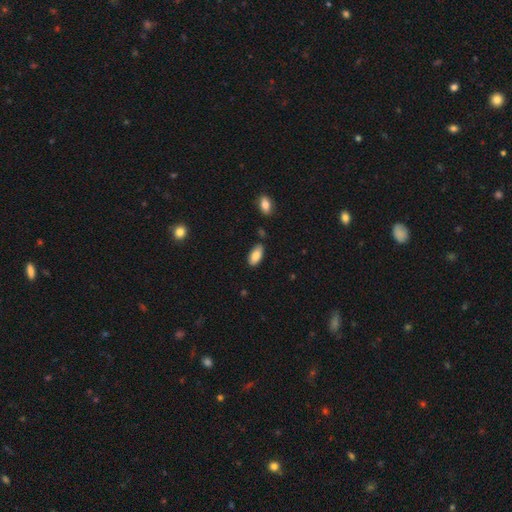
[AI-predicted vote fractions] Morphology: type=smooth (86%); roundness=in between (91%); merging=none (74%).